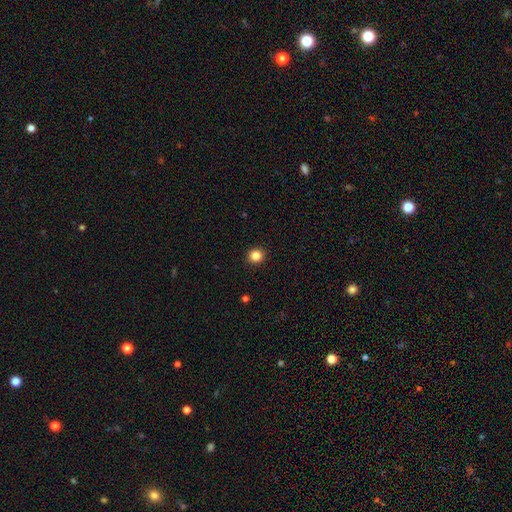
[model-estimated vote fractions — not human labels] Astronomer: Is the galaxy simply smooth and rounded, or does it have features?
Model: smooth — 85%.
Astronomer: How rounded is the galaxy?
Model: round — 90%.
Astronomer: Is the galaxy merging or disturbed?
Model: none — 93%.